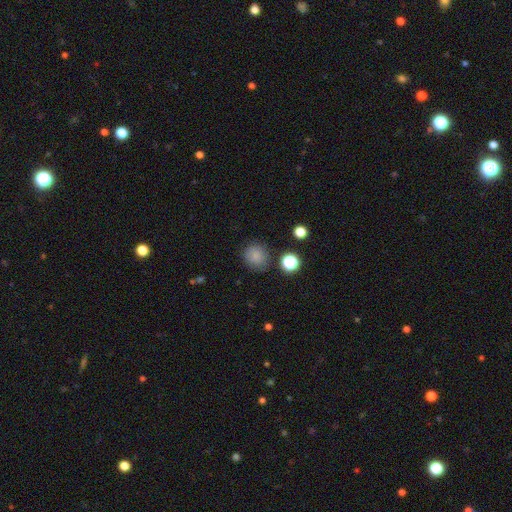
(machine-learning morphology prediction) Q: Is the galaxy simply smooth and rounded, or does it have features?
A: smooth — 81%.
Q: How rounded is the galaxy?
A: round — 85%.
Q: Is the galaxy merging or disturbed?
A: none — 80%.